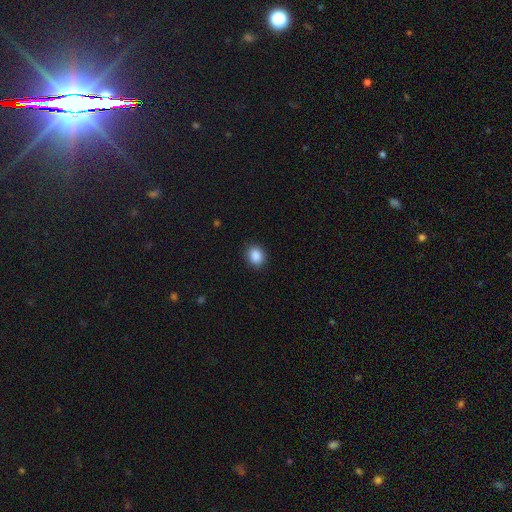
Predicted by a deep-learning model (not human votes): smooth_or_featured: smooth (p=0.88) [alt: star or artifact p=0.09]
how_rounded: round (p=0.55) [alt: in between p=0.44]
merging: none (p=0.89) [alt: minor disturbance p=0.08]